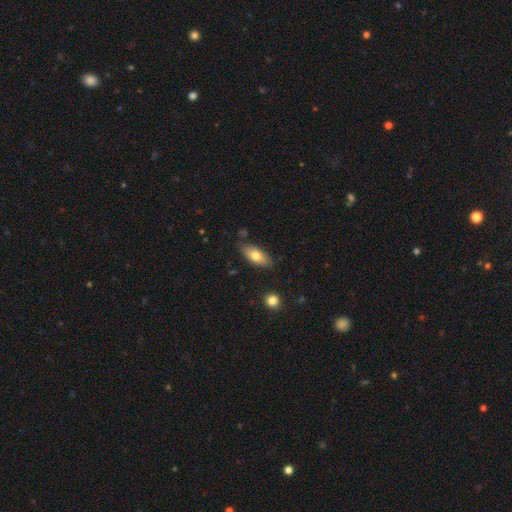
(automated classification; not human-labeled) smooth_or_featured: smooth (p=0.73) [alt: featured or disk p=0.21]
how_rounded: in between (p=0.81) [alt: cigar-shaped p=0.16]
merging: none (p=0.80) [alt: minor disturbance p=0.15]